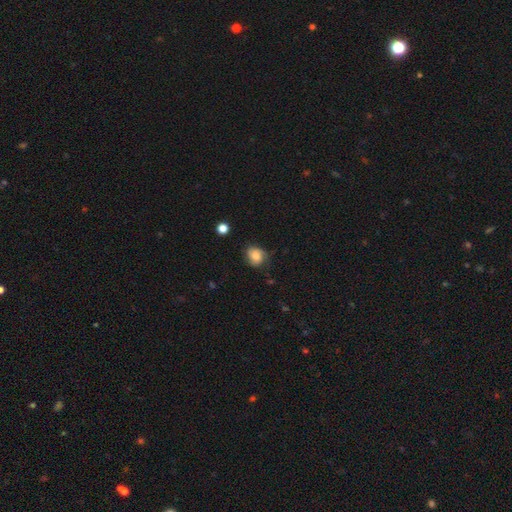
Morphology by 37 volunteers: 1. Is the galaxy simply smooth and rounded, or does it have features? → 51% smooth, 46% featured or disk, 3% star or artifact.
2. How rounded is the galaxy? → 68% round, 32% in between, 0% cigar-shaped.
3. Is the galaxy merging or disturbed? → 64% none, 28% minor disturbance, 8% major disturbance, 0% merger.